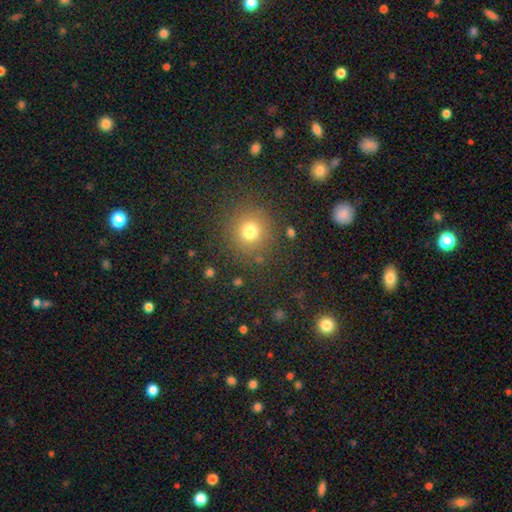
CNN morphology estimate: smooth_or_featured: smooth (p=0.64) [alt: star or artifact p=0.29]
how_rounded: round (p=0.93) [alt: in between p=0.06]
merging: none (p=0.90) [alt: minor disturbance p=0.06]